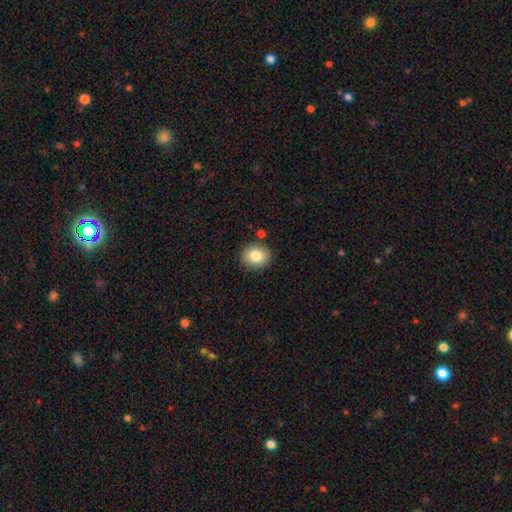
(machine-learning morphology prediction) This is clearly a smooth galaxy (83%). How rounded: likely round (76%). Merging: clearly none (84%).